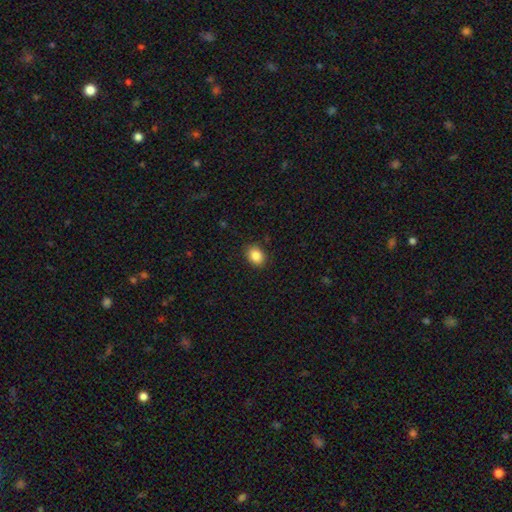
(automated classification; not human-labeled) smooth_or_featured: smooth (p=0.86) [alt: star or artifact p=0.09]
how_rounded: in between (p=0.52) [alt: round p=0.47]
merging: none (p=0.89) [alt: minor disturbance p=0.08]